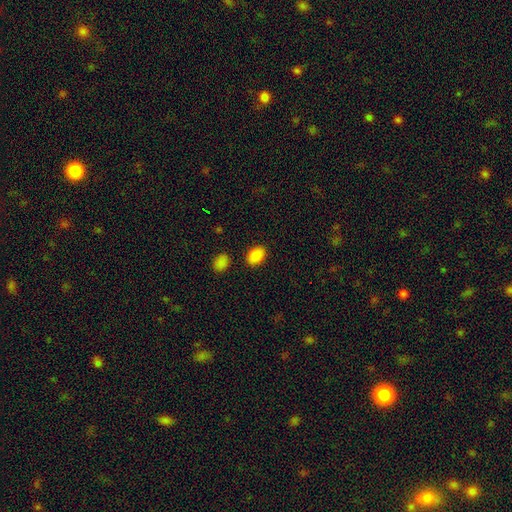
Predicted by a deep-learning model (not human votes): This appears to be a smooth galaxy with no disk features (87%) that is in between round and cigar-shaped (81%). Merging: none (86%).